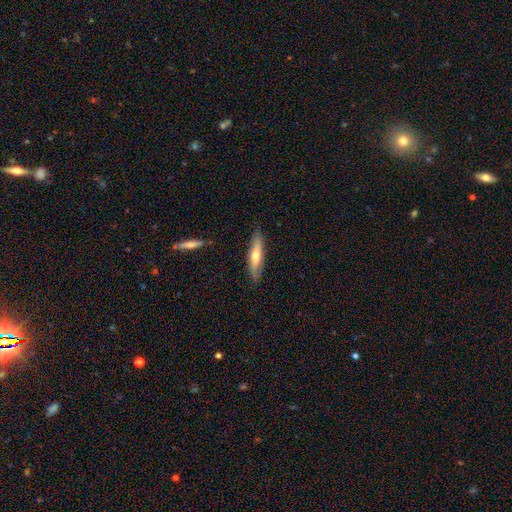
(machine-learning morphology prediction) This appears to be a smooth galaxy with no disk features (53%) that is cigar-shaped (80%). Merging: none (86%).